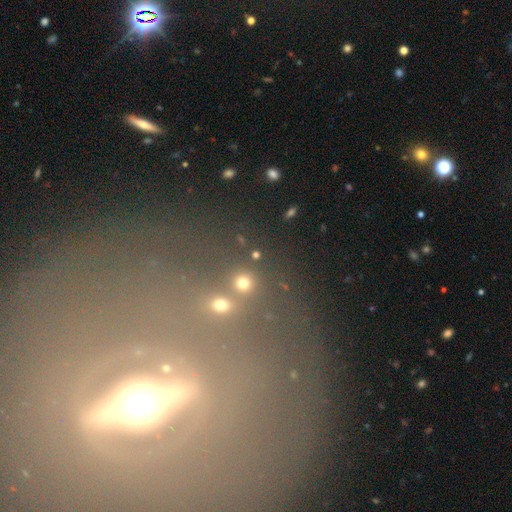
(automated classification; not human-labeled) The model was most divided on "smooth or featured": smooth: 48%, star or artifact: 40%, featured or disk: 13%. More confident: merging — none (76%).